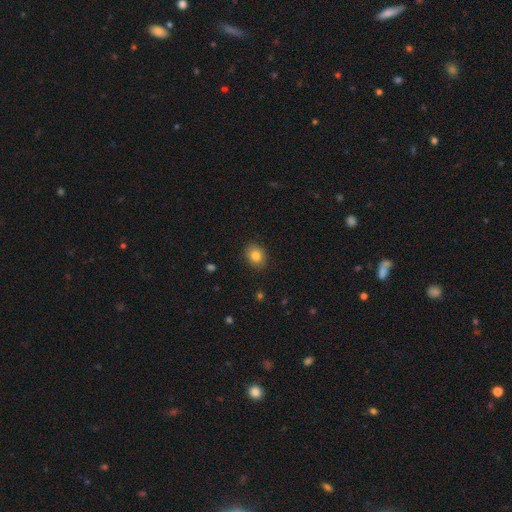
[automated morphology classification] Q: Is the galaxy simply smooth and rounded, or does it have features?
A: smooth — 82%.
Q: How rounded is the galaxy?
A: in between — 54%.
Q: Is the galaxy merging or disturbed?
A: none — 88%.